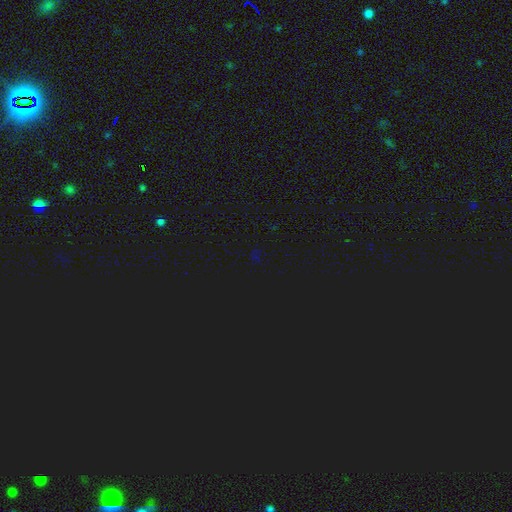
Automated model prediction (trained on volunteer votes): A star or artifact, not a galaxy (78%).